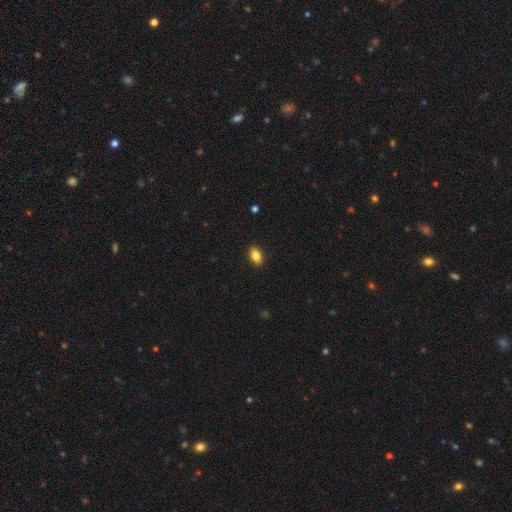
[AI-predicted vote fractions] Q: Smooth or featured?
A: smooth (85%); runner-up: star or artifact (8%)
Q: How rounded?
A: in between (89%); runner-up: round (7%)
Q: Merging?
A: none (90%); runner-up: minor disturbance (7%)